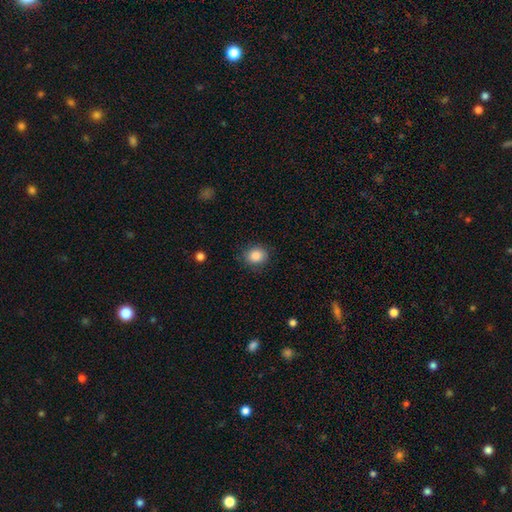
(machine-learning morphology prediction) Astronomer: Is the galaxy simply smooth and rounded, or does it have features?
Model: smooth — 86%.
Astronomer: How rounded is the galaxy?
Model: round — 70%.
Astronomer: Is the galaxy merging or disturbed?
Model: none — 84%.